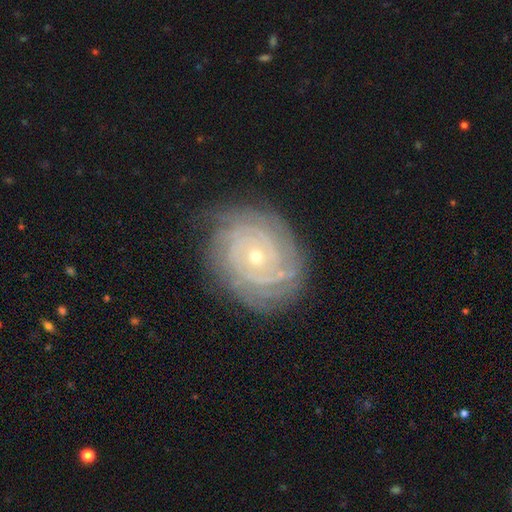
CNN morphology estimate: Smooth or featured? featured or disk (87%)
Edge-on disk? no (97%)
Bar? no (78%)
Spiral arms? yes (97%)
Spiral winding? tight (87%)
Spiral arm count? can't tell (25%)
Bulge size? small (70%)
Merging? none (82%)